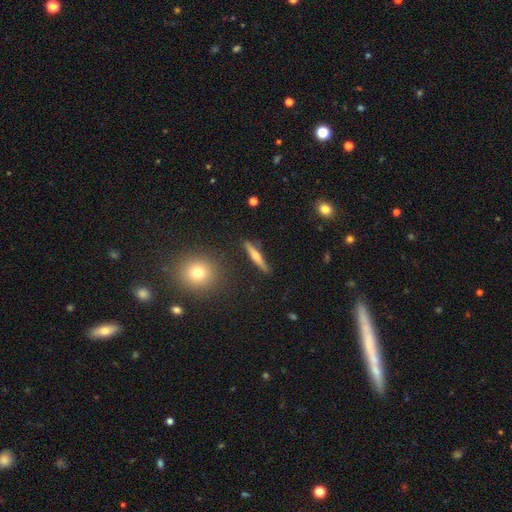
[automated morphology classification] type=featured or disk (49%); merging=none (88%).